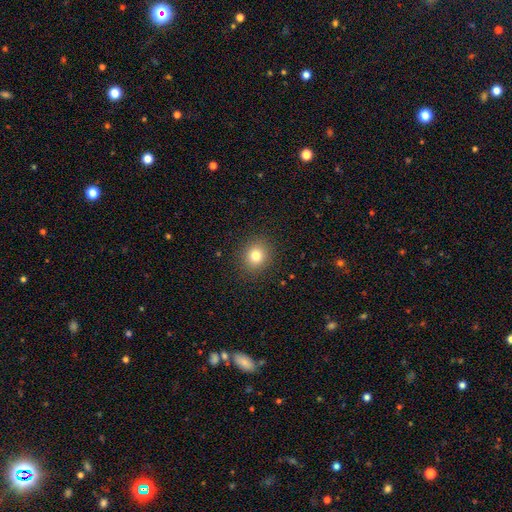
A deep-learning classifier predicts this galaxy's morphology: smooth_or_featured: smooth (p=0.80) [alt: star or artifact p=0.13]
how_rounded: round (p=0.78) [alt: in between p=0.21]
merging: none (p=0.90) [alt: minor disturbance p=0.07]